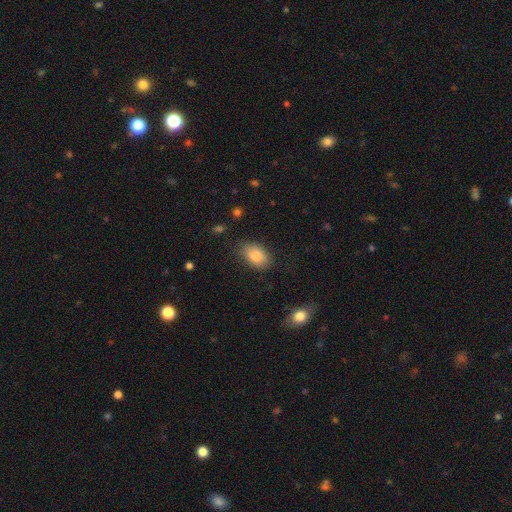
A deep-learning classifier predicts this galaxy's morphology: smooth 87%, star or artifact 7%, featured or disk 6%. Down the decision tree: how rounded — in between (90%); merging — none (77%).